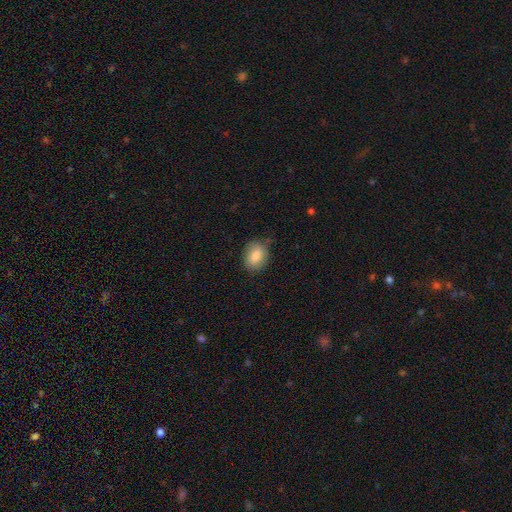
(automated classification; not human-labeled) Morphology: type=smooth (82%); roundness=in between (56%); merging=none (75%).